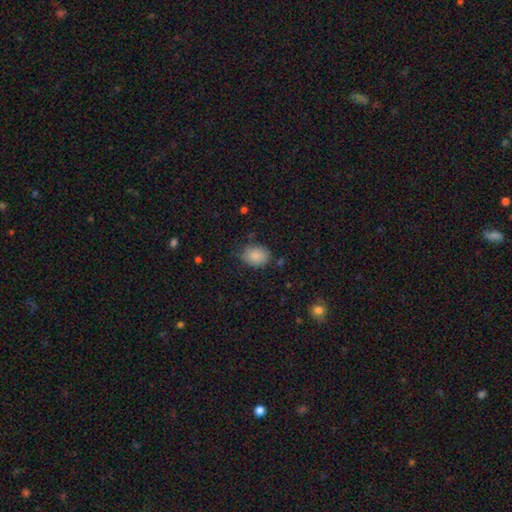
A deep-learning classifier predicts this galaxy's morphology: smooth_or_featured: smooth (p=0.85) [alt: star or artifact p=0.08]
how_rounded: in between (p=0.56) [alt: round p=0.43]
merging: none (p=0.72) [alt: minor disturbance p=0.21]